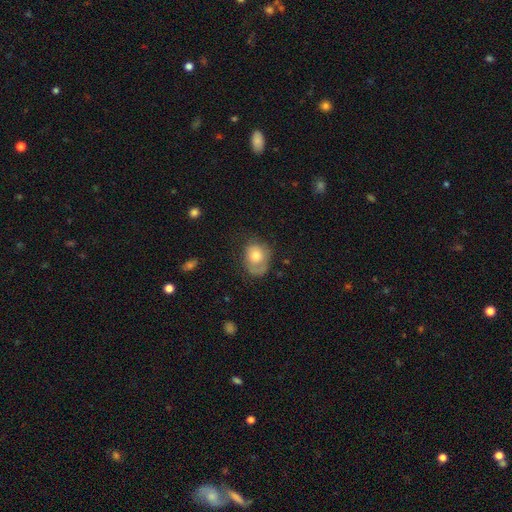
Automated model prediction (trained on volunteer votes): Smooth or featured: smooth — 60% (featured or disk — 32%)
How rounded: round — 51% (in between — 48%)
Merging: none — 50% (minor disturbance — 28%)